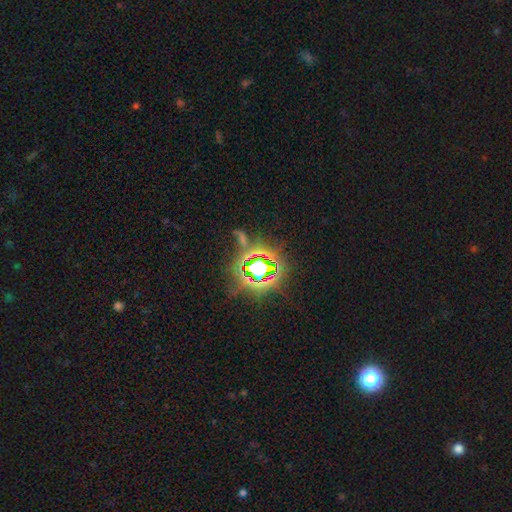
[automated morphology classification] smooth_or_featured: star or artifact (p=0.78) [alt: smooth p=0.11]